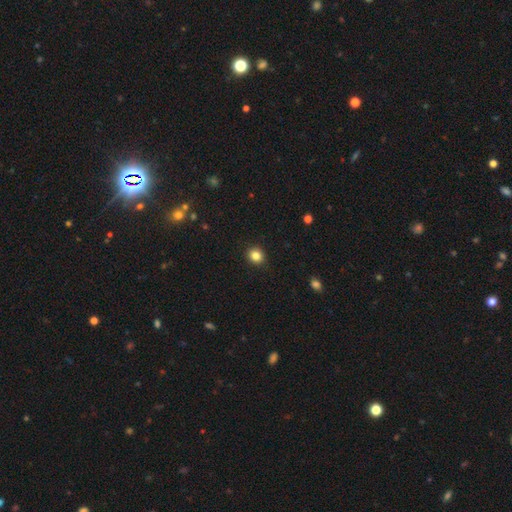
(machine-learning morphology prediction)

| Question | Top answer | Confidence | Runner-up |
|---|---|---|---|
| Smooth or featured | smooth | 84% | star or artifact (11%) |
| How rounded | round | 81% | in between (19%) |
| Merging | none | 92% | minor disturbance (6%) |